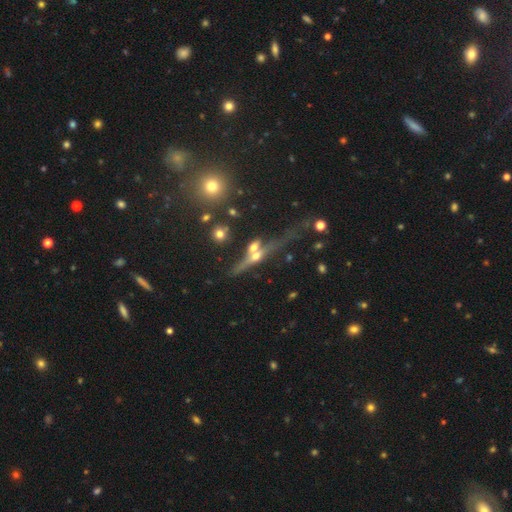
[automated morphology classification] Smooth or featured? featured or disk (69%)
Edge-on disk? yes (87%)
Edge-on bulge? rounded (89%)
Merging? none (50%)